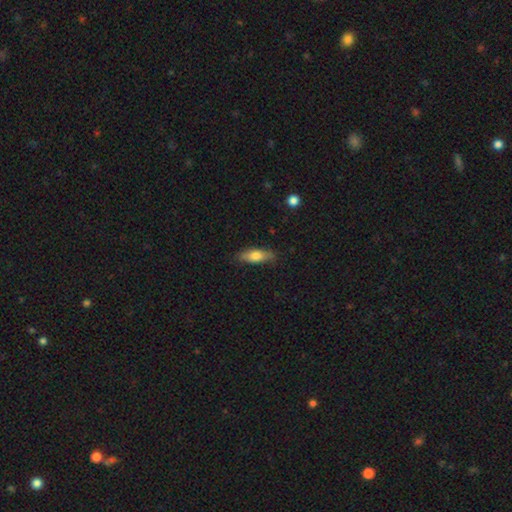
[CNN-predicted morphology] Overall: smooth (72%). How rounded: in between (62%; cigar-shaped 35%). Merging: none (81%).